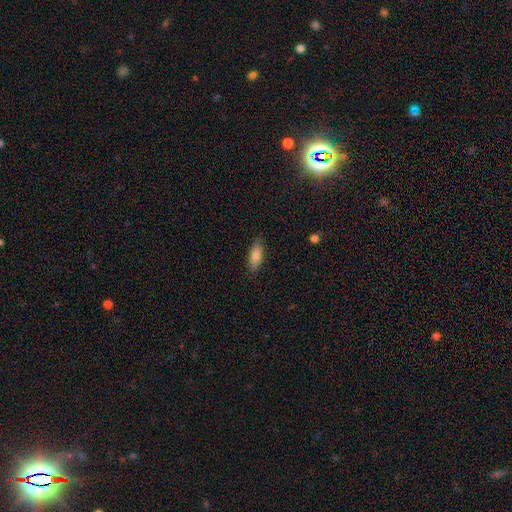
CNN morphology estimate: A smooth galaxy with no disk features (77%) that is in between round and cigar-shaped (59%). Merging: none (85%).